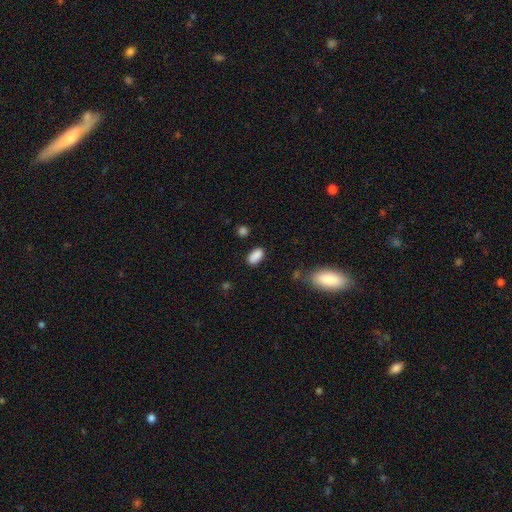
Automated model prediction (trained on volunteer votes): Smooth or featured? Predicted: smooth (p=0.87). How rounded? Predicted: in between (p=0.91). Merging? Predicted: none (p=0.81).